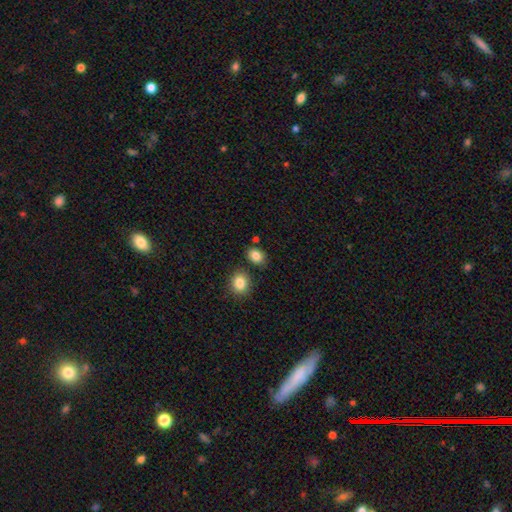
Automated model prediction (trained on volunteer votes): Q: Smooth or featured?
A: smooth (85%); runner-up: star or artifact (10%)
Q: How rounded?
A: in between (57%); runner-up: round (42%)
Q: Merging?
A: none (75%); runner-up: minor disturbance (12%)